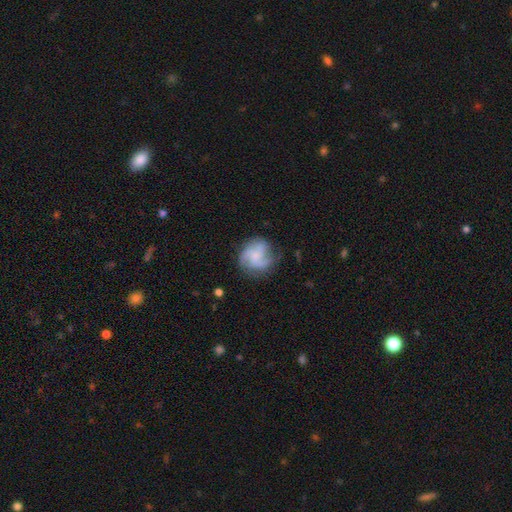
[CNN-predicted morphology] A featured or disk galaxy (71%) with no bar (69%), 3 (51%) medium (49%) spiral arms (93%) and a small central bulge (58%).

Vote fractions:
- Smooth or featured? featured or disk: 71% / smooth: 22% / star or artifact: 7%
- Edge-on disk? no: 98% / yes: 2%
- Bar? no: 69% / weak: 27% / strong: 4%
- Spiral arms? yes: 93% / no: 7%
- Spiral winding? medium: 49% / tight: 27% / loose: 25%
- Spiral arm count? 3: 51% / 2: 16% / can't tell: 14% / 4: 11% / 1: 5% / more than 4: 4%
- Bulge size? small: 58% / moderate: 22% / none: 16% / large: 2% / dominant: 1%
- Merging? none: 69% / minor disturbance: 19% / major disturbance: 10% / merger: 2%